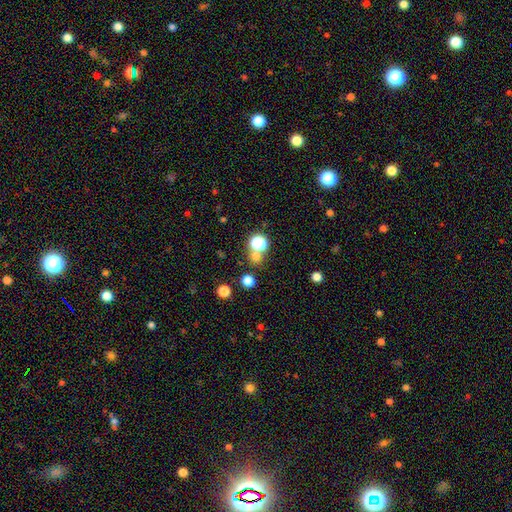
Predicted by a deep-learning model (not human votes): Smooth or featured? smooth (66%)
How rounded? round (87%)
Merging? none (65%)